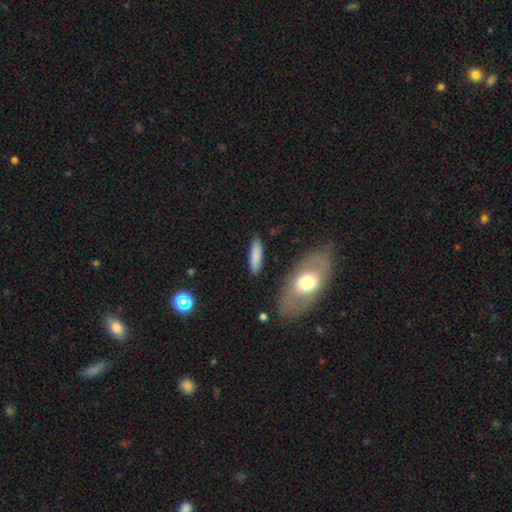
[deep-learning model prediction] The model was most divided on "how rounded": cigar-shaped: 70%, in between: 28%, round: 2%. More confident: merging — none (86%); smooth or featured — smooth (81%).